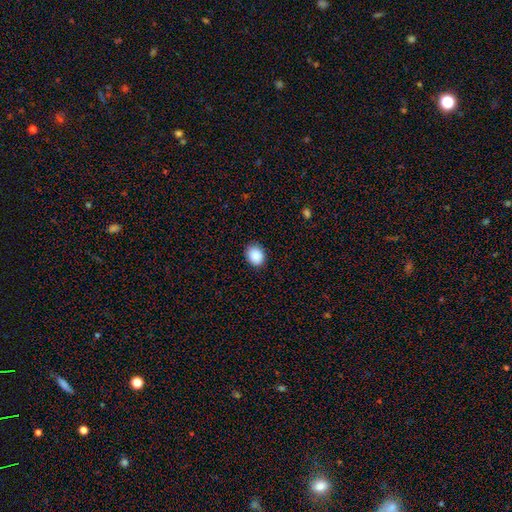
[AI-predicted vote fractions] Smooth or featured?
  - smooth: 89% *
  - star or artifact: 8%
  - featured or disk: 3%
How rounded?
  - round: 51% *
  - in between: 48%
  - cigar-shaped: 1%
Merging?
  - none: 88% *
  - minor disturbance: 8%
  - major disturbance: 2%
  - merger: 1%